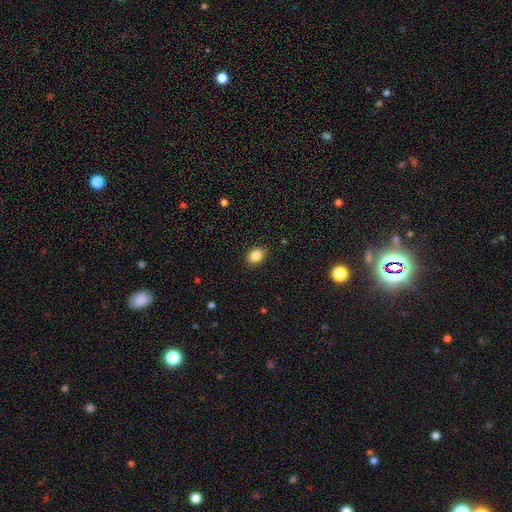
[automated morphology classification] type=smooth (85%); roundness=in between (69%); merging=none (88%).